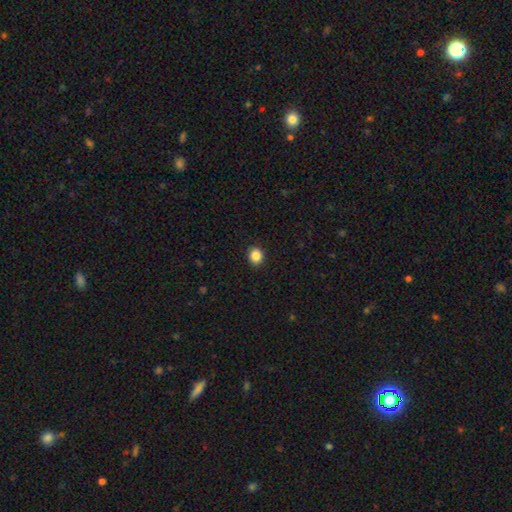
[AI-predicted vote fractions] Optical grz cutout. It shows a smooth galaxy with no disk features (87%) that is round (74%). Merging: none (91%).